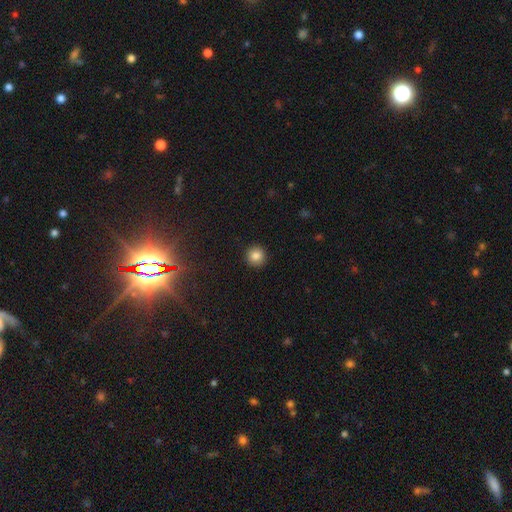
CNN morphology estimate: A smooth galaxy with no disk features (84%) that is round (95%). Merging: none (92%).